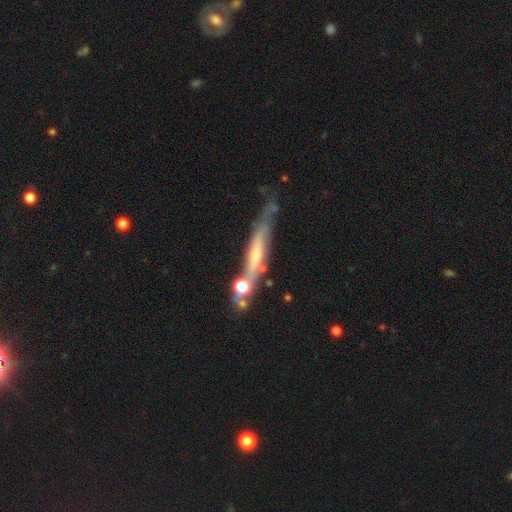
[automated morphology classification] The model was most divided on "smooth or featured": featured or disk: 57%, smooth: 34%, star or artifact: 9%. More confident: edge-on disk — yes (78%); merging — none (54%).